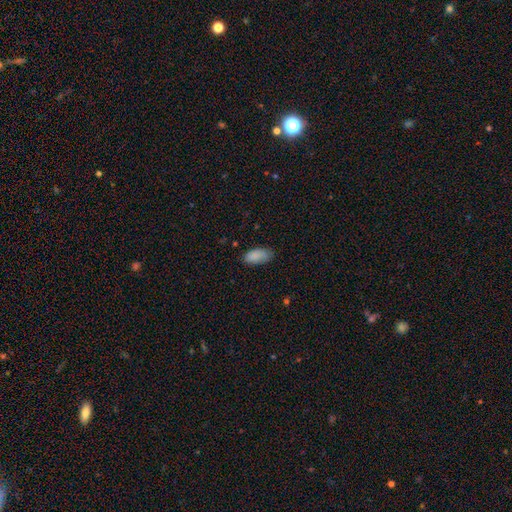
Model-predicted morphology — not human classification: smooth-or-featured: smooth: 88% | star or artifact: 7% | featured or disk: 5%
  how-rounded: in between: 92% | cigar-shaped: 5% | round: 2%
  merging: none: 74% | minor disturbance: 21% | major disturbance: 4% | merger: 1%